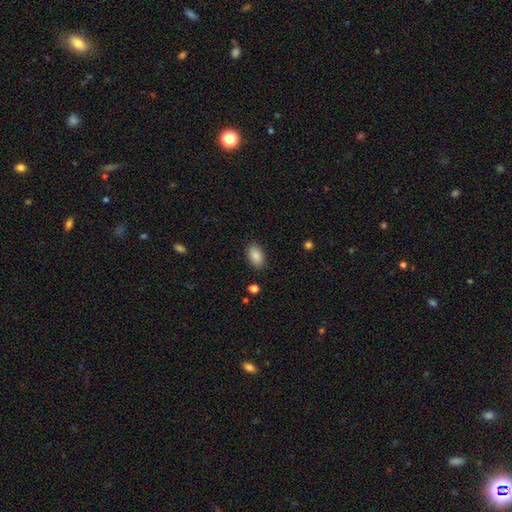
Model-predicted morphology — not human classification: Q: Smooth or featured?
A: smooth (88%); runner-up: star or artifact (7%)
Q: How rounded?
A: in between (91%); runner-up: round (7%)
Q: Merging?
A: none (87%); runner-up: minor disturbance (9%)